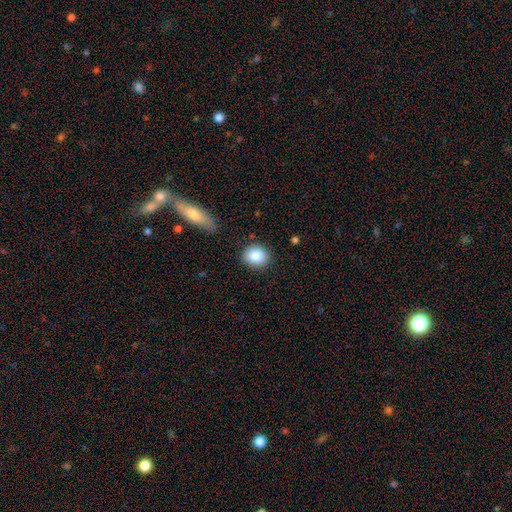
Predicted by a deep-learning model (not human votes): Q: Smooth or featured?
A: smooth (85%); runner-up: star or artifact (8%)
Q: How rounded?
A: round (73%); runner-up: in between (25%)
Q: Merging?
A: none (85%); runner-up: minor disturbance (10%)